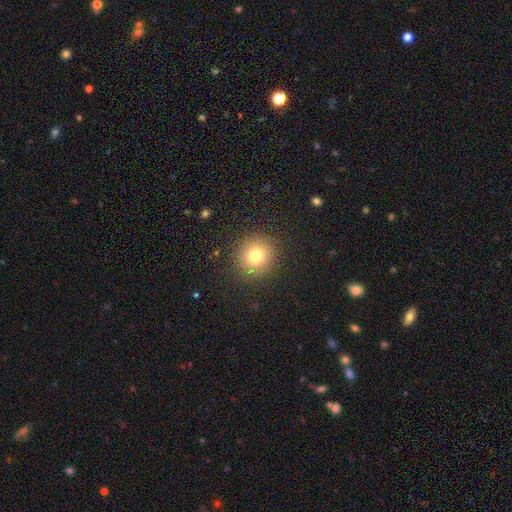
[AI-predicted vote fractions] smooth 76%, star or artifact 14%, featured or disk 10%. Down the decision tree: how rounded — round (91%); merging — none (89%).